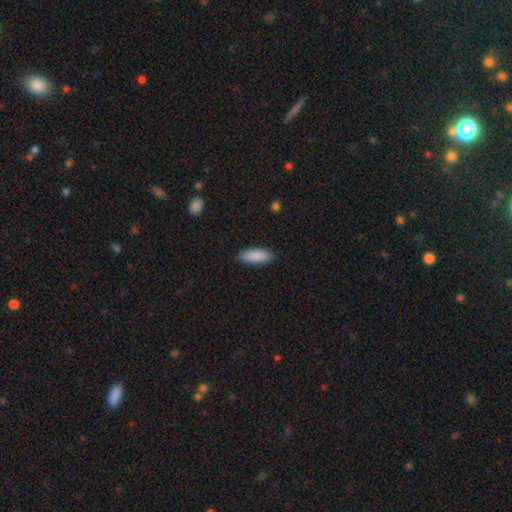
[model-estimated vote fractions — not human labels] This is clearly a smooth galaxy (89%). How rounded: likely in between (72%). Merging: clearly none (87%).